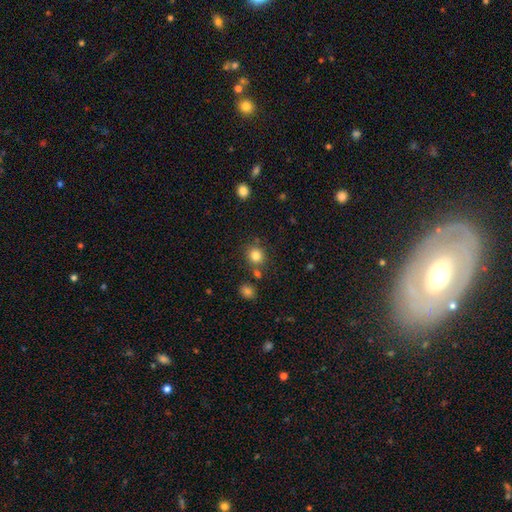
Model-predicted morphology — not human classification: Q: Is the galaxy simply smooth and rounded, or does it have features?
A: smooth — 82%.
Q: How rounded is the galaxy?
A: round — 85%.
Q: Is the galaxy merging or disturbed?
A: none — 75%.